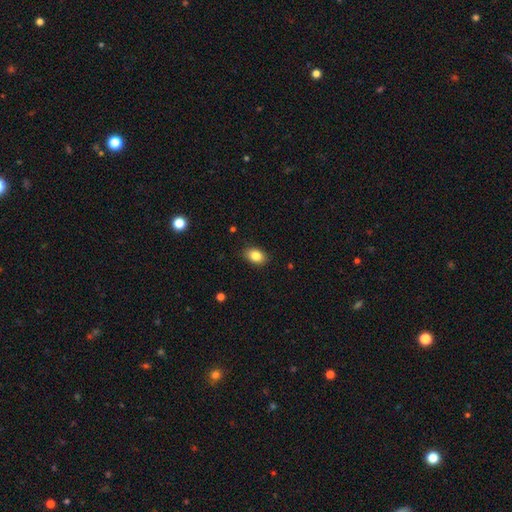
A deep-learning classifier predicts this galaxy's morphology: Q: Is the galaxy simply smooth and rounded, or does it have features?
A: smooth — 85%.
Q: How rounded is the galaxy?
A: in between — 81%.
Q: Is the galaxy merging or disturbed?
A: none — 87%.